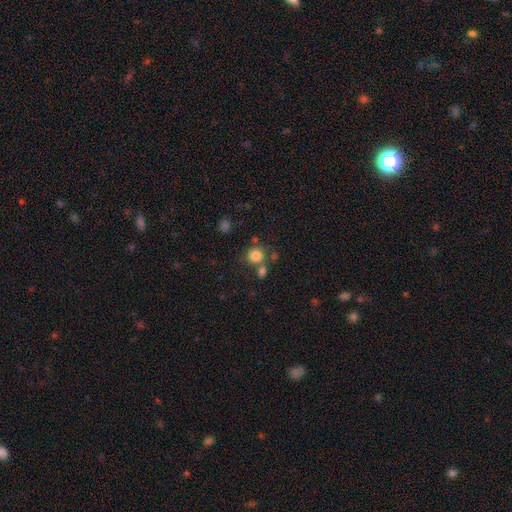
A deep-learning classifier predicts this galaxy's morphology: smooth-or-featured: smooth: 82% | star or artifact: 11% | featured or disk: 6%
  how-rounded: round: 89% | in between: 10% | cigar-shaped: 1%
  merging: none: 64% | merger: 21% | minor disturbance: 10% | major disturbance: 4%